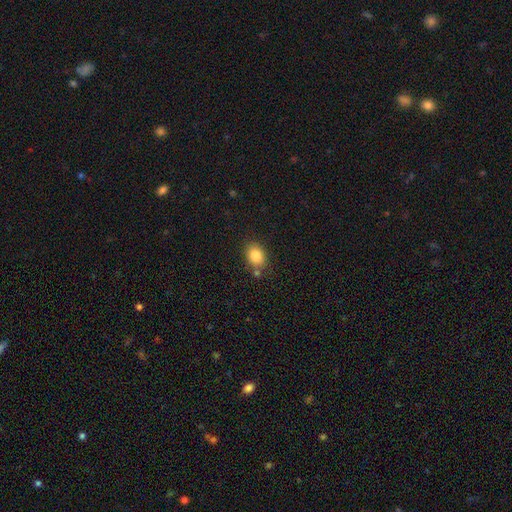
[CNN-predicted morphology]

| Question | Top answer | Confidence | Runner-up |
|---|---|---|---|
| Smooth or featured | smooth | 84% | star or artifact (10%) |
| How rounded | in between | 54% | round (45%) |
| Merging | none | 75% | minor disturbance (13%) |